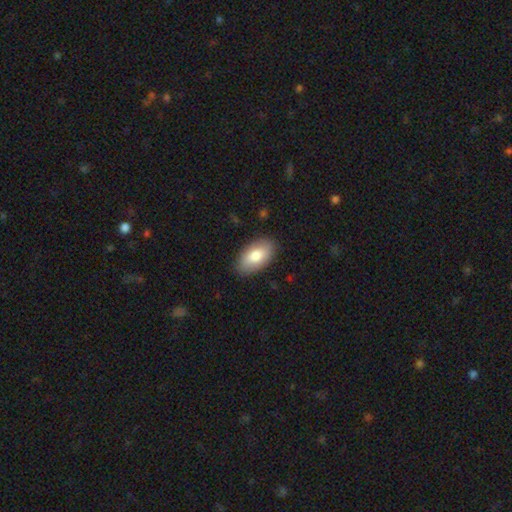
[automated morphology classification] type=smooth (78%); roundness=in between (94%); merging=none (87%).